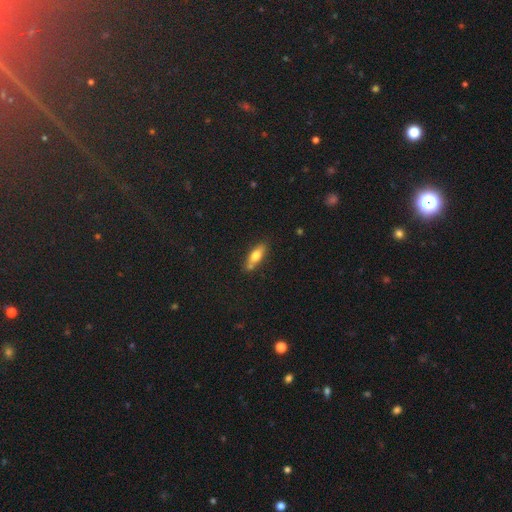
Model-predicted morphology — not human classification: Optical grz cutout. It shows a smooth galaxy with no disk features (70%) that is in between round and cigar-shaped (59%). Merging: none (74%).